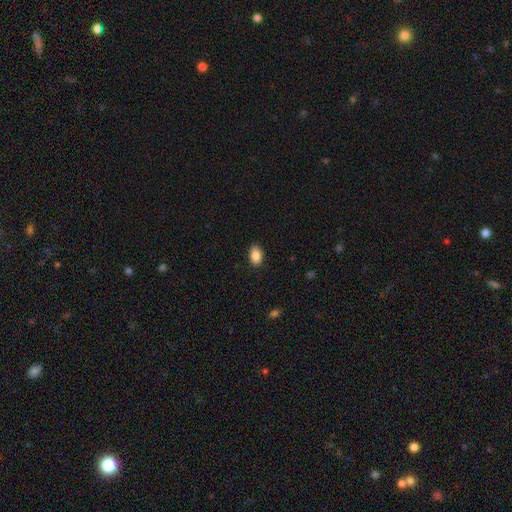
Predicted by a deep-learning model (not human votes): A smooth galaxy with no disk features (87%) that is in between round and cigar-shaped (89%).

Vote fractions:
- Smooth or featured? smooth: 87% / star or artifact: 8% / featured or disk: 5%
- How rounded? in between: 89% / round: 10% / cigar-shaped: 2%
- Merging? none: 86% / minor disturbance: 11% / major disturbance: 2% / merger: 1%